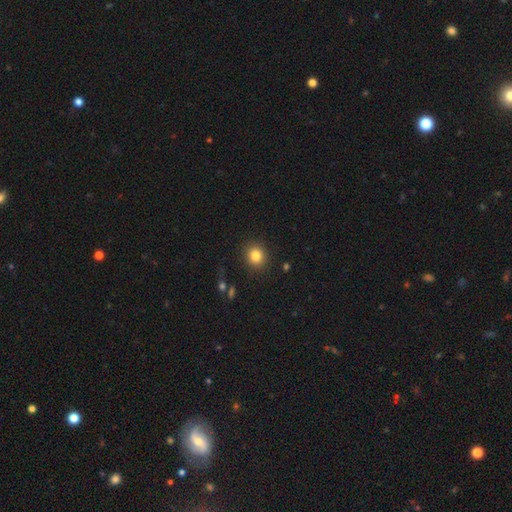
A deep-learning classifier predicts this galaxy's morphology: smooth-or-featured: smooth: 83% | star or artifact: 11% | featured or disk: 6%
  how-rounded: round: 83% | in between: 16% | cigar-shaped: 1%
  merging: none: 90% | minor disturbance: 7% | major disturbance: 2% | merger: 1%